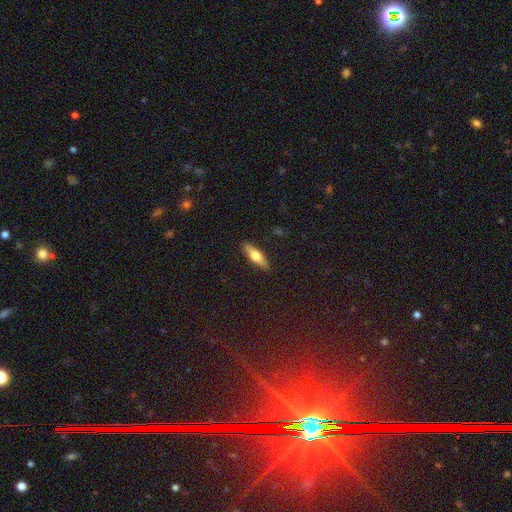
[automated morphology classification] Smooth or featured?
  - smooth: 48% *
  - featured or disk: 46%
  - star or artifact: 6%
Merging?
  - none: 89% *
  - minor disturbance: 8%
  - major disturbance: 2%
  - merger: 1%